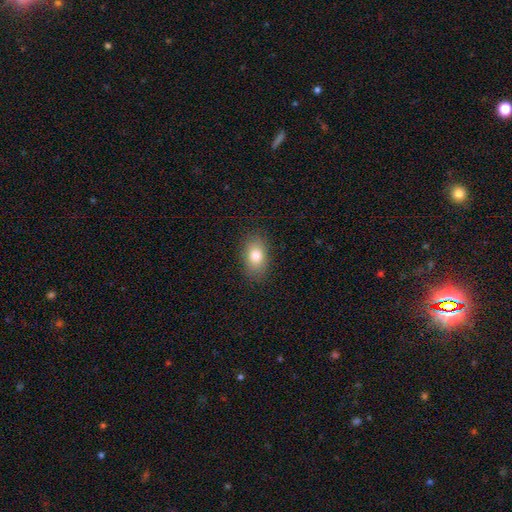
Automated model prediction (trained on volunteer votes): A smooth galaxy with no disk features (80%) that is in between round and cigar-shaped (86%).

Vote fractions:
- Smooth or featured? smooth: 80% / featured or disk: 11% / star or artifact: 9%
- How rounded? in between: 86% / round: 11% / cigar-shaped: 2%
- Merging? none: 86% / minor disturbance: 10% / major disturbance: 3% / merger: 1%